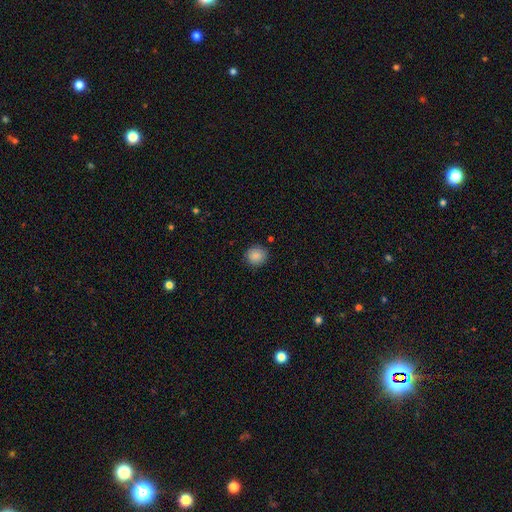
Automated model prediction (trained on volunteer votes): smooth 86%, star or artifact 8%, featured or disk 5%. Down the decision tree: how rounded — round (87%); merging — none (87%).